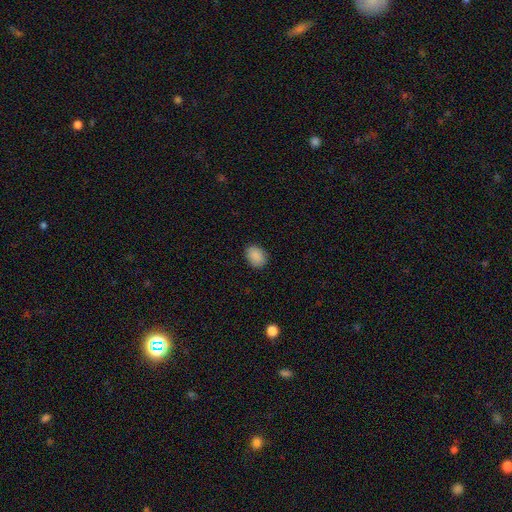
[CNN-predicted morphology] Smooth or featured: smooth — 89% (star or artifact — 8%)
How rounded: in between — 69% (round — 30%)
Merging: none — 85% (minor disturbance — 12%)